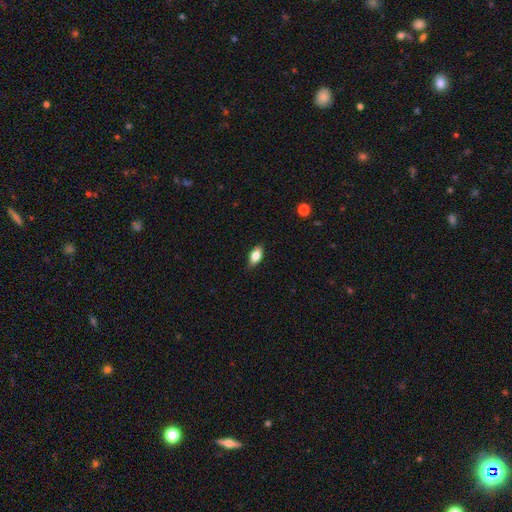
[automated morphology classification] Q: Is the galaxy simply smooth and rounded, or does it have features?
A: smooth — 77%.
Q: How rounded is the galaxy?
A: in between — 87%.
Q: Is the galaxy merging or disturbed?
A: none — 83%.